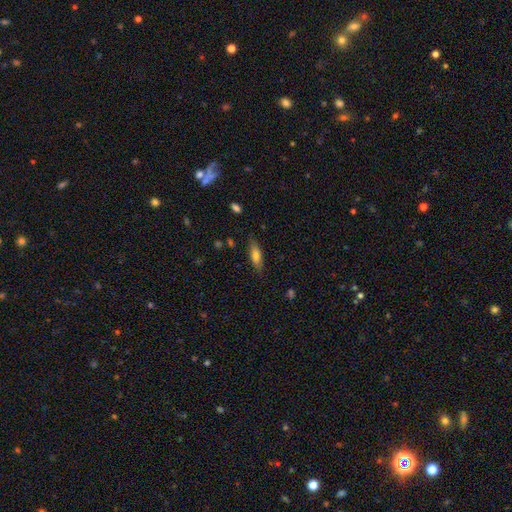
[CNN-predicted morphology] The model was most divided on "how rounded": cigar-shaped: 50%, in between: 48%, round: 2%. More confident: merging — none (82%); smooth or featured — smooth (69%).